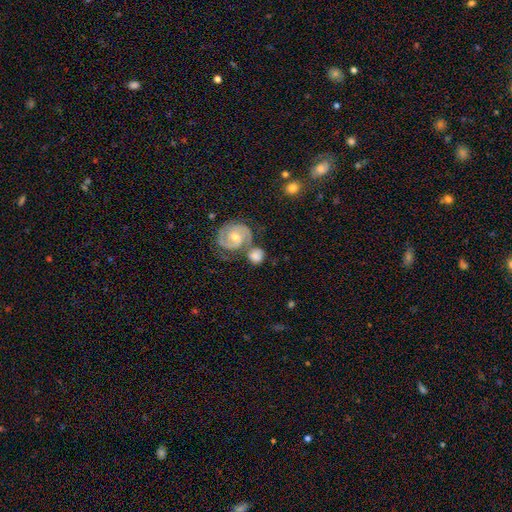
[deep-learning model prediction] A featured or disk galaxy (53%) with no bar (49%), spiral arms (91%) and a moderate central bulge (54%). Merging: none (45%).